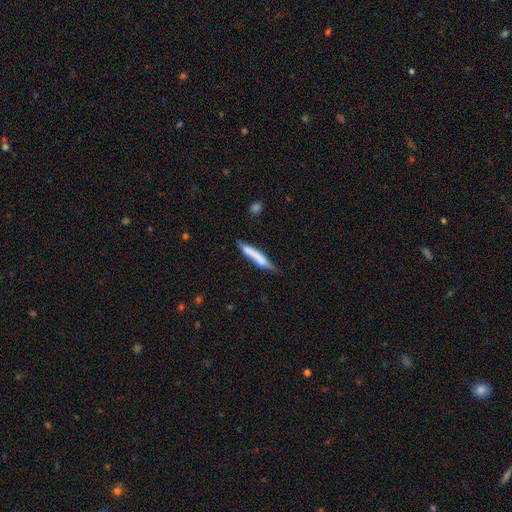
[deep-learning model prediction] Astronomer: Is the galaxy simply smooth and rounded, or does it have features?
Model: smooth — 65%.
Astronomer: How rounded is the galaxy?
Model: cigar-shaped — 92%.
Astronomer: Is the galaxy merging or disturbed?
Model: none — 56%.